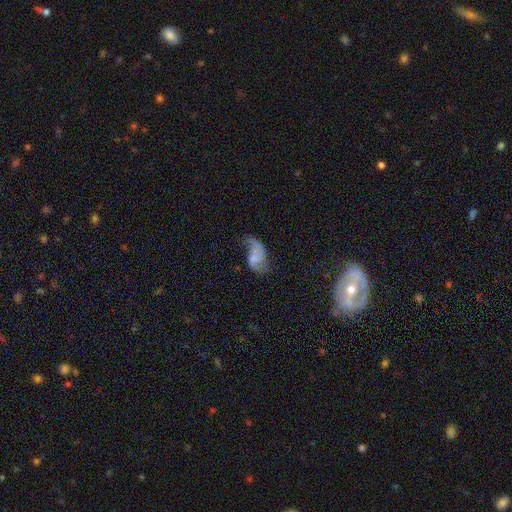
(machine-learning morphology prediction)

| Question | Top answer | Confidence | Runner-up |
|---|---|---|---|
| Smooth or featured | featured or disk | 63% | smooth (27%) |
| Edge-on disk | no | 97% | yes (3%) |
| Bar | no | 57% | weak (34%) |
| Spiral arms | yes | 85% | no (15%) |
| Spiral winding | loose | 79% | medium (17%) |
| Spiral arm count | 2 | 83% | 1 (10%) |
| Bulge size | none | 57% | small (23%) |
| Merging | none | 41% | major disturbance (30%) |